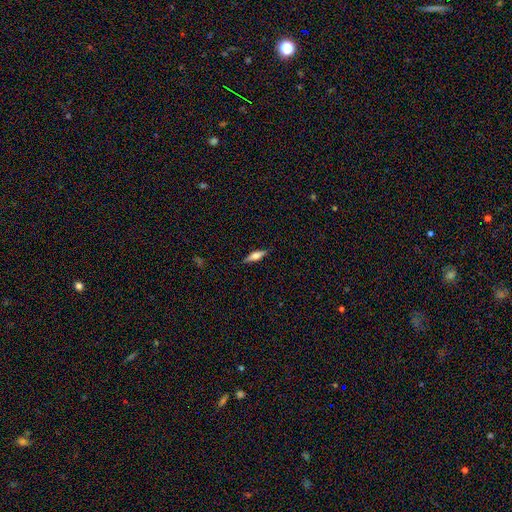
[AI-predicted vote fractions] Smooth or featured? Predicted: smooth (p=0.50). Merging? Predicted: none (p=0.87).